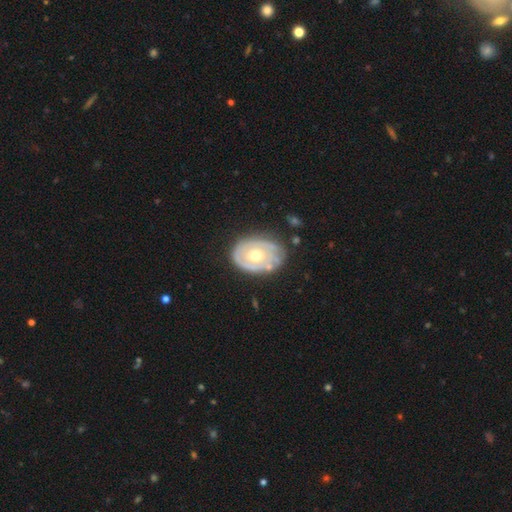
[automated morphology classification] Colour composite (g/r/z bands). It shows a featured or disk galaxy (72%) with no bar (85%), spiral arms (64%) and a moderate central bulge (72%). Merging: none (69%).